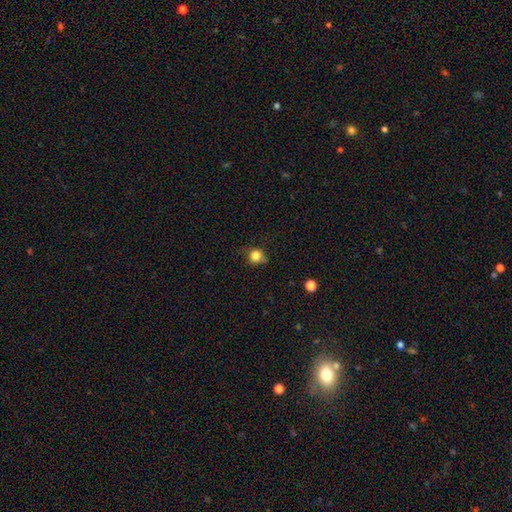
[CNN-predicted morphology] A smooth galaxy with no disk features (81%) that is round (79%). Merging: none (66%).